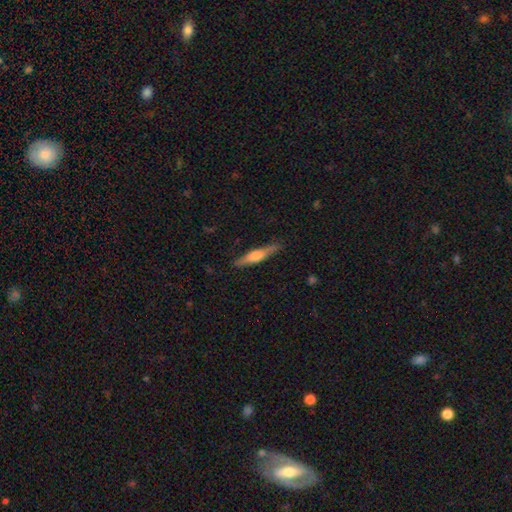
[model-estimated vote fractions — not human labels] Overall: featured or disk (59%; smooth 36%). Edge-on disk: yes (97%). Edge-on bulge: rounded (75%). Merging: none (88%).